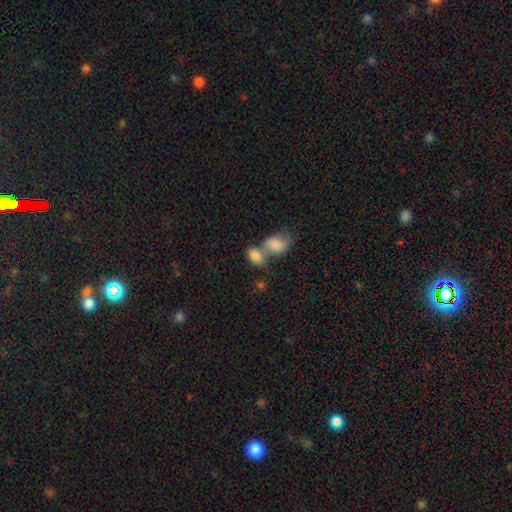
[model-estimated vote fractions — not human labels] Smooth or featured?
  - smooth: 82% *
  - featured or disk: 10%
  - star or artifact: 8%
How rounded?
  - in between: 86% *
  - round: 12%
  - cigar-shaped: 2%
Merging?
  - merger: 58% *
  - none: 28%
  - minor disturbance: 10%
  - major disturbance: 5%